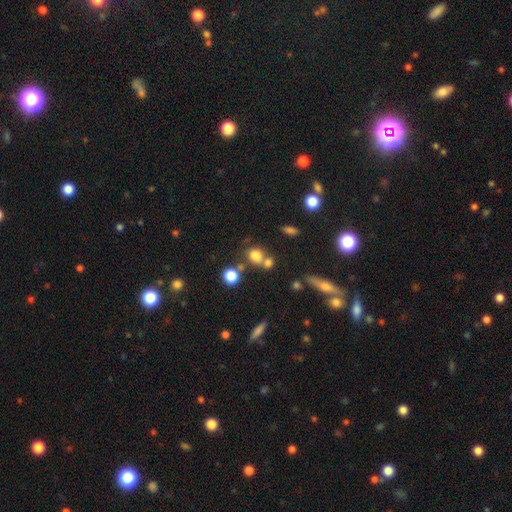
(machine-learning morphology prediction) Smooth or featured? smooth (76%)
How rounded? round (71%)
Merging? none (50%)